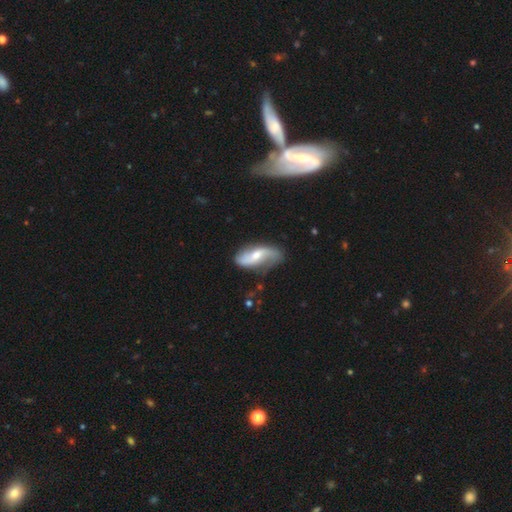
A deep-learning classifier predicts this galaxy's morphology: Q: Smooth or featured?
A: featured or disk (71%); runner-up: smooth (24%)
Q: Edge-on disk?
A: no (93%); runner-up: yes (7%)
Q: Bar?
A: weak (44%); runner-up: no (38%)
Q: Spiral arms?
A: yes (91%); runner-up: no (9%)
Q: Spiral winding?
A: loose (77%); runner-up: medium (17%)
Q: Spiral arm count?
A: 2 (86%); runner-up: 1 (6%)
Q: Bulge size?
A: moderate (55%); runner-up: small (35%)
Q: Merging?
A: none (64%); runner-up: minor disturbance (24%)